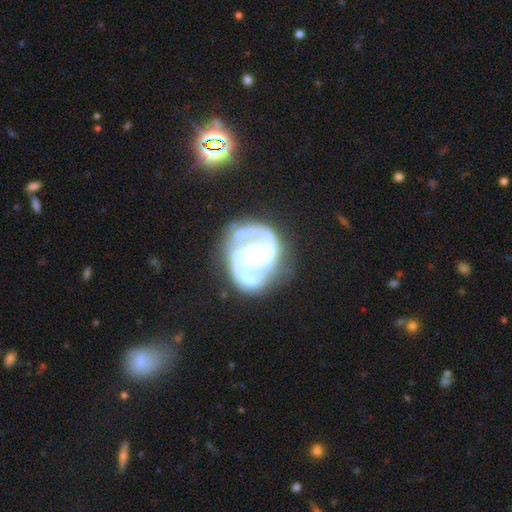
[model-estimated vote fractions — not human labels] This is clearly a featured or disk galaxy (87%). It is clearly not viewed edge-on (98%). Bar: possibly no (54%). Spiral arm pattern: clearly yes (91%). Spiral arm count: likely 2 (66%). Spiral winding: possibly medium (47%). Central bulge: marginally moderate (43%). Merging: possibly none (58%).